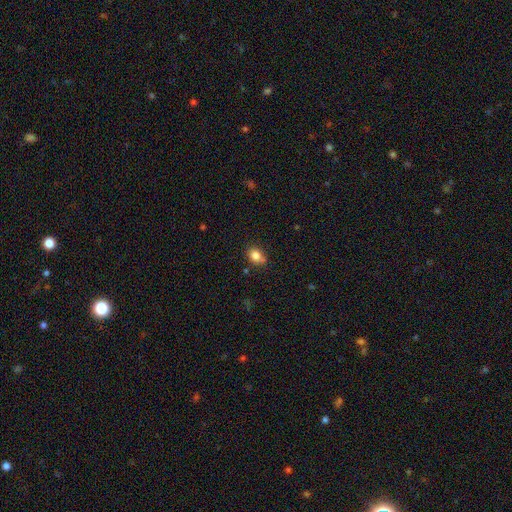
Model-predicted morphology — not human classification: smooth_or_featured: smooth (p=0.82) [alt: star or artifact p=0.11]
how_rounded: round (p=0.55) [alt: in between p=0.44]
merging: none (p=0.66) [alt: minor disturbance p=0.19]